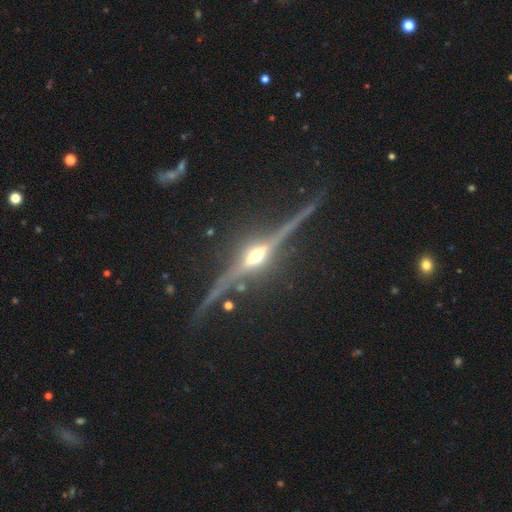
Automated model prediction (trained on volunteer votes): This appears to be a featured or disk galaxy (82%) viewed edge-on (93%) with a rounded central bulge (93%). Merging: none (82%).